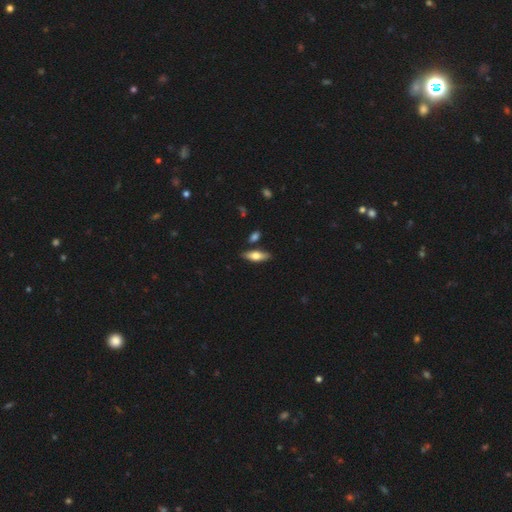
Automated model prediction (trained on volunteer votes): smooth-or-featured: smooth: 62% | featured or disk: 31% | star or artifact: 6%
  how-rounded: in between: 59% | cigar-shaped: 39% | round: 3%
  merging: none: 82% | minor disturbance: 11% | merger: 5% | major disturbance: 2%